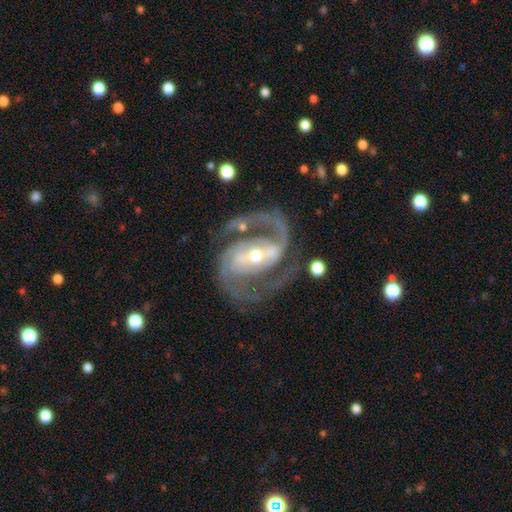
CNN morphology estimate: Smooth or featured: featured or disk — 93% (star or artifact — 4%)
Edge-on disk: no — 97% (yes — 3%)
Bar: strong — 53% (weak — 32%)
Spiral arms: yes — 98% (no — 2%)
Spiral winding: medium — 62% (tight — 26%)
Spiral arm count: 2 — 89% (3 — 4%)
Bulge size: moderate — 52% (small — 43%)
Merging: none — 73% (minor disturbance — 14%)